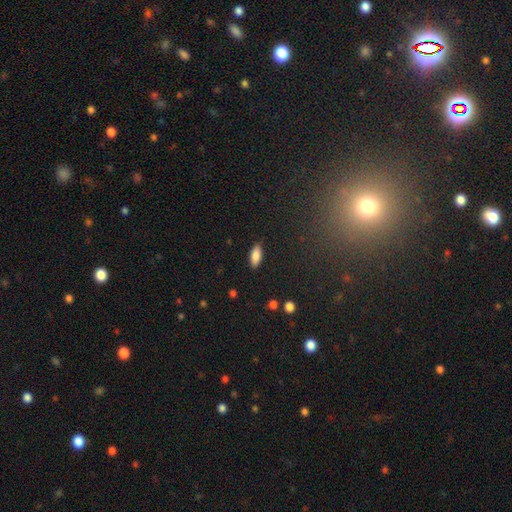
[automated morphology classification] A smooth galaxy with no disk features (86%) that is in between round and cigar-shaped (81%). Merging: none (87%).